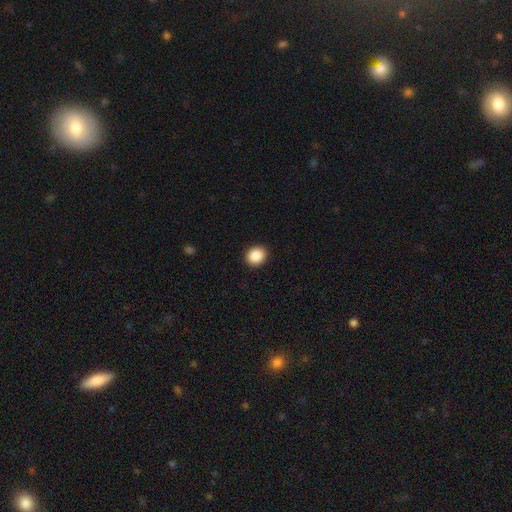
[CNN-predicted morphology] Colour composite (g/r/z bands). It shows a smooth galaxy with no disk features (89%) that is round (73%). Merging: none (91%).